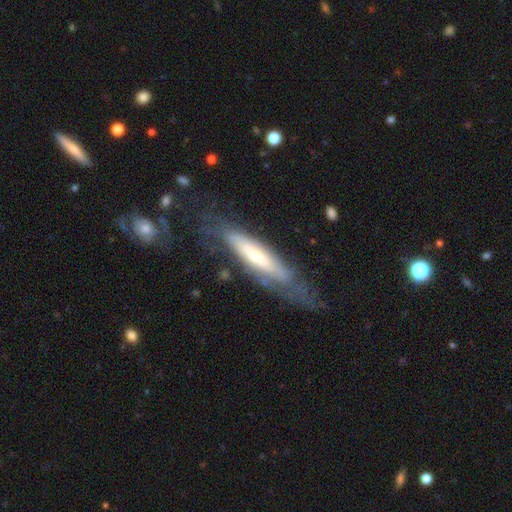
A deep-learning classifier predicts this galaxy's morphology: smooth-or-featured: featured or disk: 60% | smooth: 33% | star or artifact: 6%
  disk-edge-on: yes: 51% | no: 49%
  merging: none: 59% | minor disturbance: 22% | major disturbance: 16% | merger: 3%